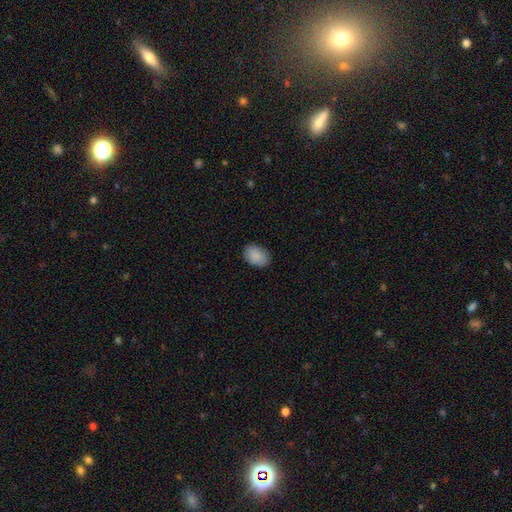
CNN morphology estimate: A smooth galaxy with no disk features (89%) that is in between round and cigar-shaped (83%). Merging: none (86%).